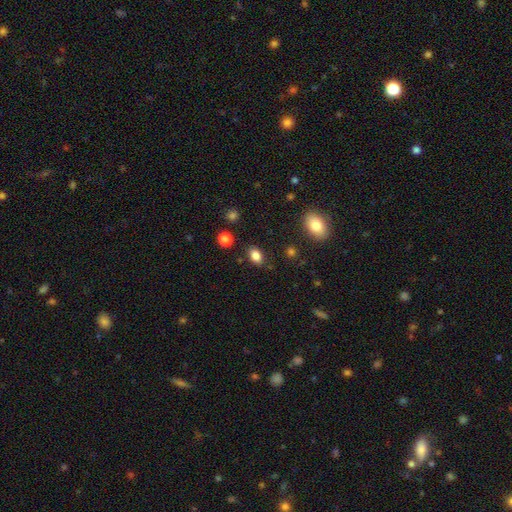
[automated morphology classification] Smooth or featured?
  - smooth: 84% *
  - star or artifact: 11%
  - featured or disk: 5%
How rounded?
  - in between: 81% *
  - round: 17%
  - cigar-shaped: 2%
Merging?
  - none: 84% *
  - minor disturbance: 11%
  - major disturbance: 3%
  - merger: 3%